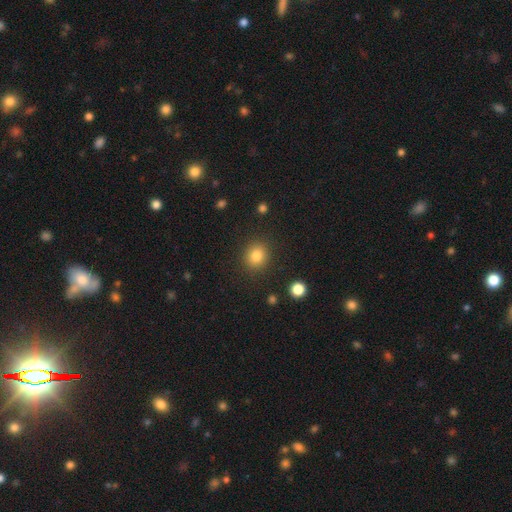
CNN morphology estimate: A smooth galaxy with no disk features (83%) that is round (82%).

Vote fractions:
- Smooth or featured? smooth: 83% / star or artifact: 11% / featured or disk: 6%
- How rounded? round: 82% / in between: 17% / cigar-shaped: 1%
- Merging? none: 89% / minor disturbance: 7% / major disturbance: 3% / merger: 2%